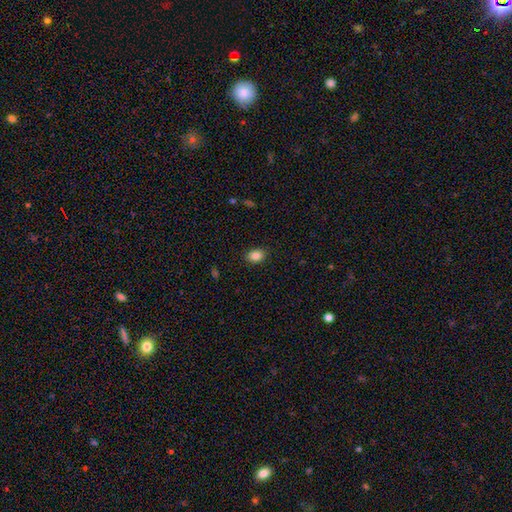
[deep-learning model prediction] A smooth galaxy with no disk features (86%) that is in between round and cigar-shaped (66%).

Vote fractions:
- Smooth or featured? smooth: 86% / star or artifact: 9% / featured or disk: 5%
- How rounded? in between: 66% / round: 33% / cigar-shaped: 1%
- Merging? none: 89% / minor disturbance: 8% / major disturbance: 2% / merger: 1%